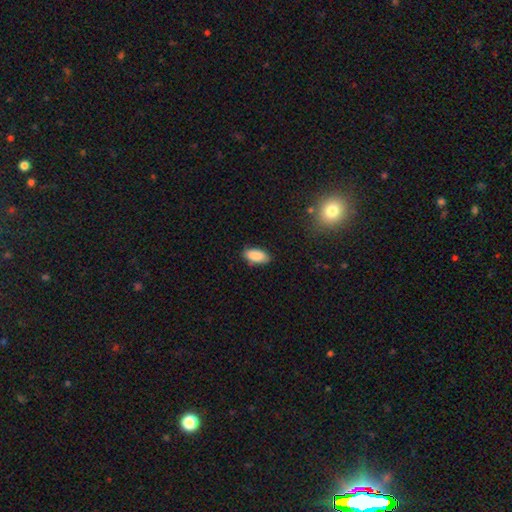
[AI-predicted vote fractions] Smooth or featured: smooth — 88% (star or artifact — 7%)
How rounded: in between — 91% (cigar-shaped — 6%)
Merging: none — 83% (minor disturbance — 13%)